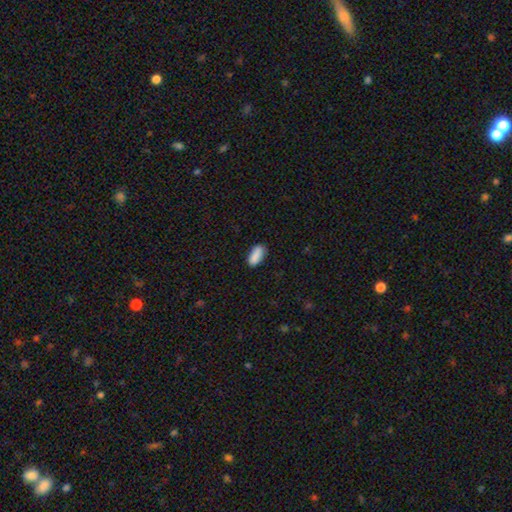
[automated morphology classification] A smooth galaxy with no disk features (88%) that is in between round and cigar-shaped (81%). Merging: none (81%).